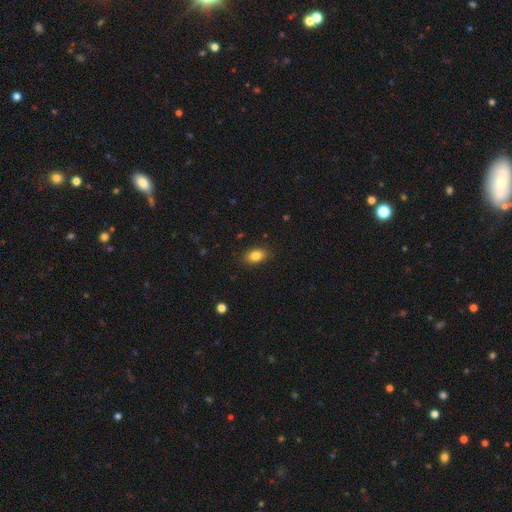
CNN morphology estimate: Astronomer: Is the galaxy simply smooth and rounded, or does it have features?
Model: smooth — 84%.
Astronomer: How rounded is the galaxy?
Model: in between — 87%.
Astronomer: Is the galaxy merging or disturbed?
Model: none — 87%.